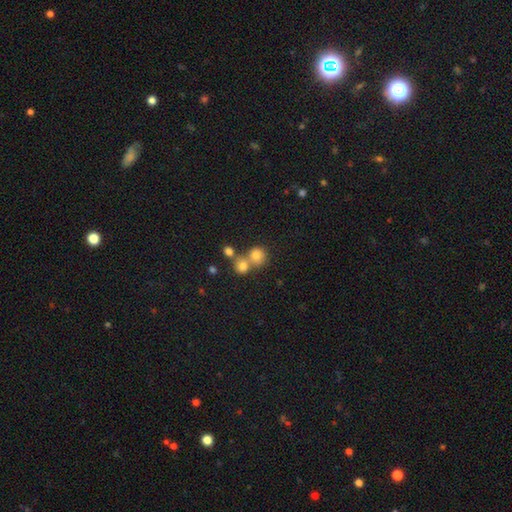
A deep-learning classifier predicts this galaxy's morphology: smooth 74%, star or artifact 15%, featured or disk 10%. Down the decision tree: how rounded — round (86%); merging — none (45%, tied with merger).